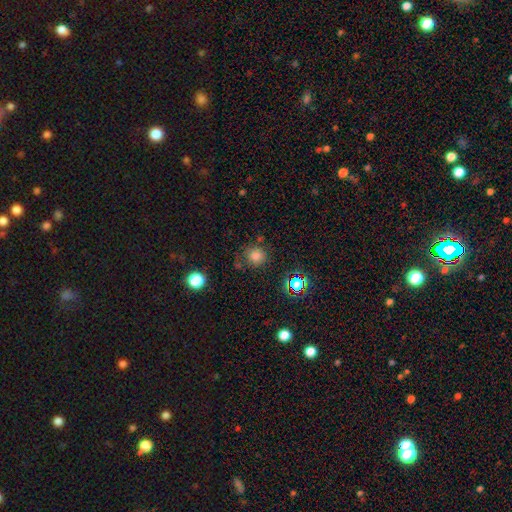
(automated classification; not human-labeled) smooth-or-featured: smooth: 75% | star or artifact: 18% | featured or disk: 6%
  how-rounded: round: 89% | in between: 10% | cigar-shaped: 1%
  merging: none: 74% | minor disturbance: 15% | major disturbance: 6% | merger: 5%